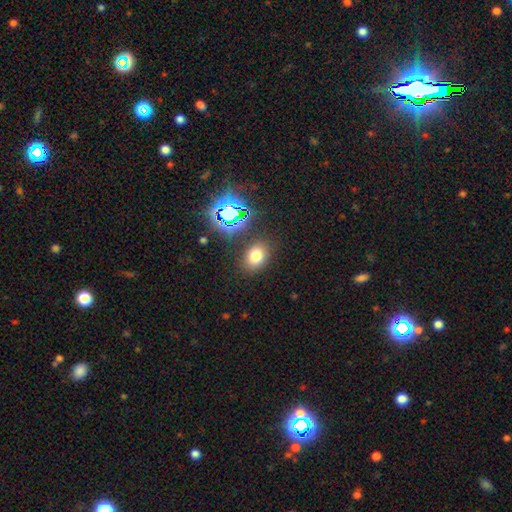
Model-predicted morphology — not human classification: Smooth or featured?
  - smooth: 72% *
  - star or artifact: 20%
  - featured or disk: 9%
How rounded?
  - in between: 64% *
  - round: 35%
  - cigar-shaped: 1%
Merging?
  - none: 84% *
  - minor disturbance: 10%
  - major disturbance: 3%
  - merger: 3%